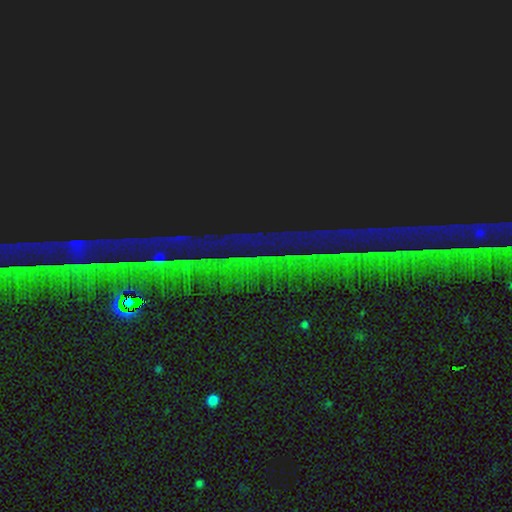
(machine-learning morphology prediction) star or artifact 86%, featured or disk 7%, smooth 6%.